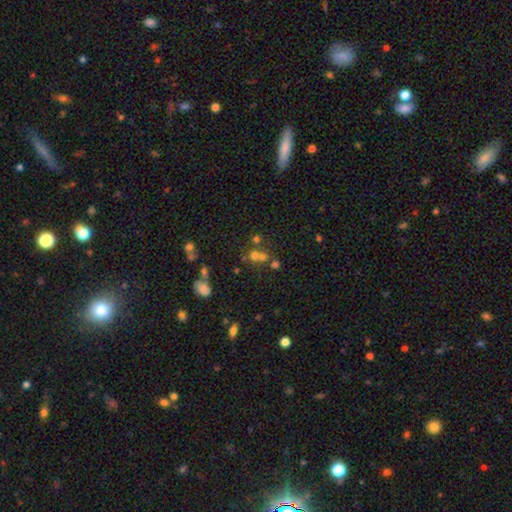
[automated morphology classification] Smooth or featured?
  - smooth: 49% *
  - star or artifact: 34%
  - featured or disk: 17%
Merging?
  - none: 47% *
  - merger: 40%
  - minor disturbance: 8%
  - major disturbance: 5%